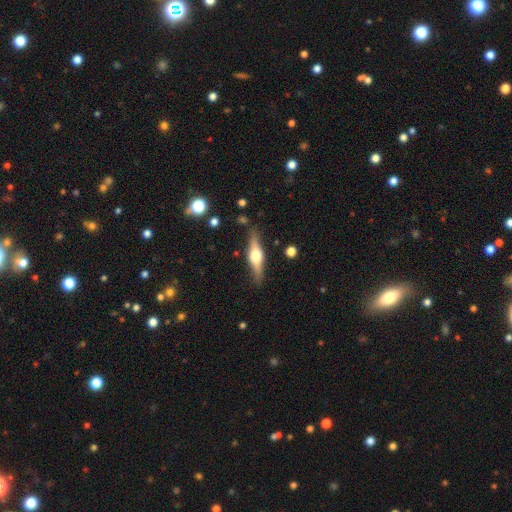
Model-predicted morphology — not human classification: The model was most divided on "smooth or featured": featured or disk: 67%, smooth: 27%, star or artifact: 6%. More confident: edge-on disk — yes (95%); edge-on bulge — rounded (93%); merging — none (84%).